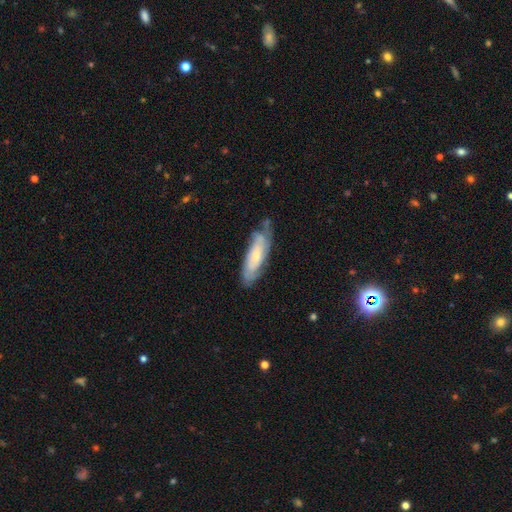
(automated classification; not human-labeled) This is likely a featured or disk galaxy (65%). It is clearly not viewed edge-on (81%). Bar: likely no (71%). Spiral arm pattern: clearly yes (87%). Central bulge: likely small (62%). Merging: likely none (64%).